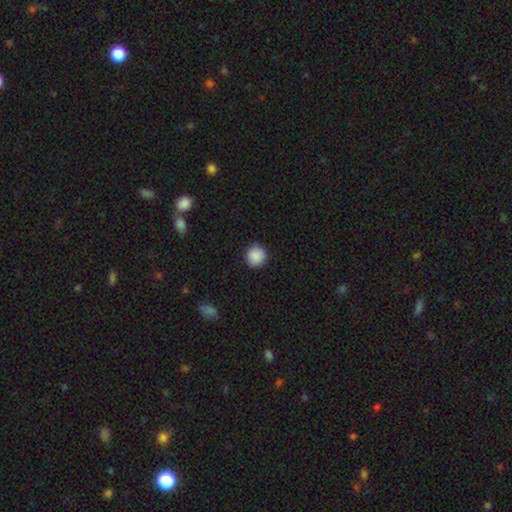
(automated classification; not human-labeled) This is clearly a smooth galaxy (89%). How rounded: clearly round (92%). Merging: clearly none (90%).